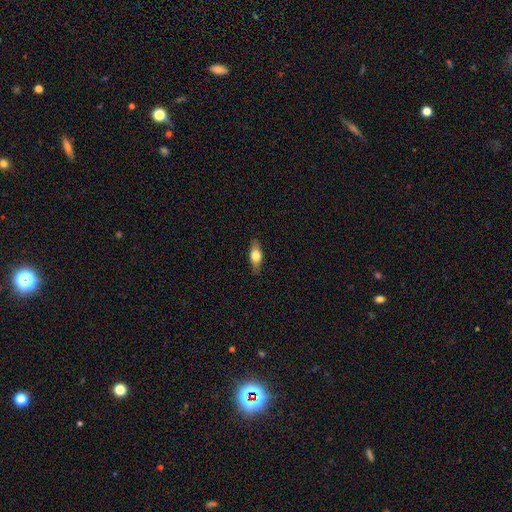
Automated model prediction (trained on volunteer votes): smooth-or-featured: smooth: 64% | featured or disk: 29% | star or artifact: 7%
  how-rounded: in between: 72% | cigar-shaped: 23% | round: 5%
  merging: none: 84% | minor disturbance: 12% | major disturbance: 3% | merger: 1%